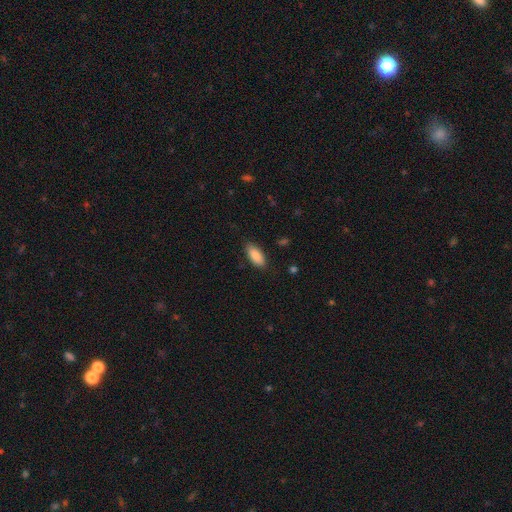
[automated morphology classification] smooth 88%, star or artifact 6%, featured or disk 6%. Down the decision tree: how rounded — in between (88%); merging — none (86%).